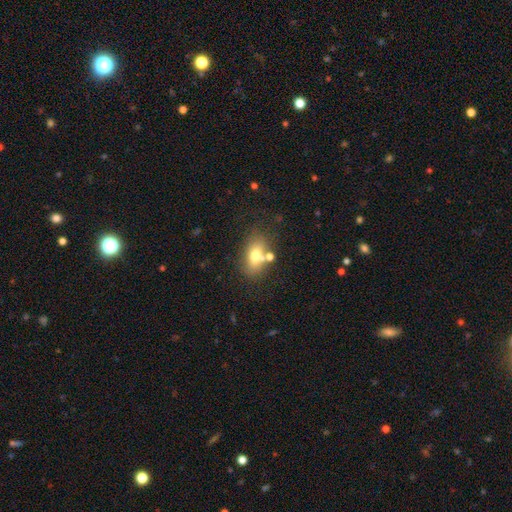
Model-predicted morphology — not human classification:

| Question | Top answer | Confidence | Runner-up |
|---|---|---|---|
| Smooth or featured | smooth | 70% | featured or disk (19%) |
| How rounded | in between | 81% | round (16%) |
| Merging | none | 62% | merger (17%) |